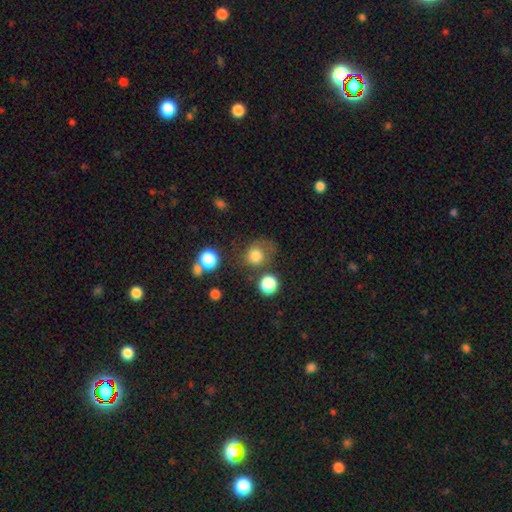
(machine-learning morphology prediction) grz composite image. It shows a smooth galaxy with no disk features (78%) that is round (75%). Merging: none (51%).